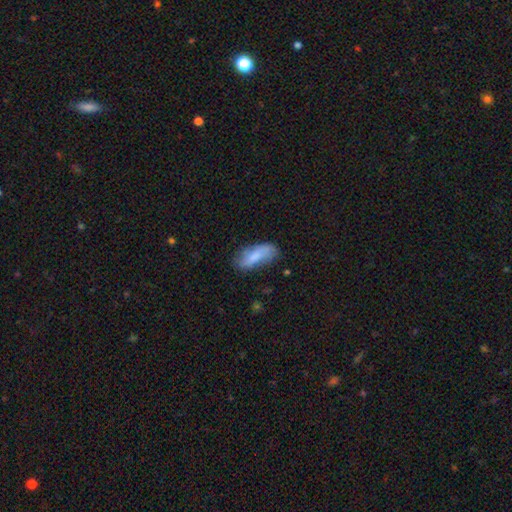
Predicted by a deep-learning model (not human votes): This is likely a smooth galaxy (76%). How rounded: likely in between (77%). Merging: possibly none (58%).